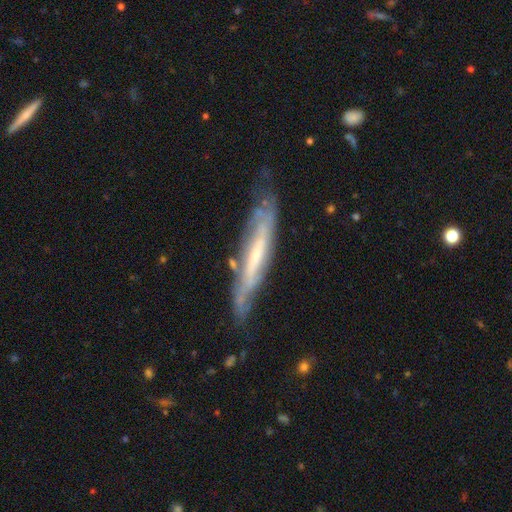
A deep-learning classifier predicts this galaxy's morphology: A featured or disk galaxy (74%) viewed edge-on (60%).

Vote fractions:
- Smooth or featured? featured or disk: 74% / smooth: 20% / star or artifact: 6%
- Edge-on disk? yes: 60% / no: 40%
- Merging? none: 68% / minor disturbance: 22% / major disturbance: 7% / merger: 3%